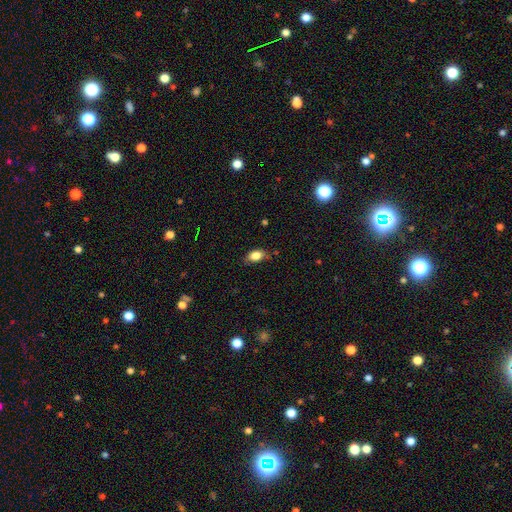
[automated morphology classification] smooth-or-featured: smooth: 83% | star or artifact: 9% | featured or disk: 8%
  how-rounded: in between: 85% | round: 12% | cigar-shaped: 3%
  merging: none: 66% | minor disturbance: 26% | major disturbance: 5% | merger: 2%